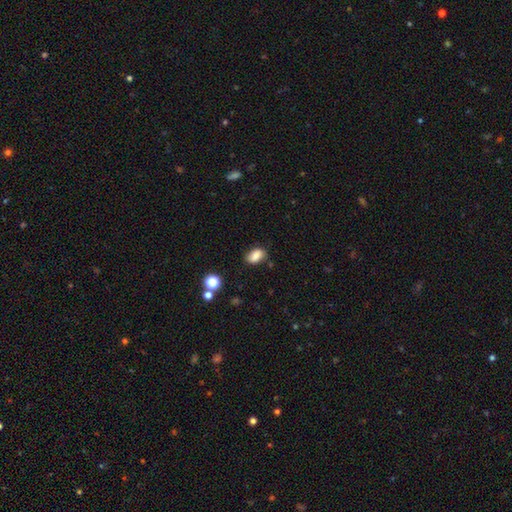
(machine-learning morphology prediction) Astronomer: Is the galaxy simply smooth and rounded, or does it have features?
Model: smooth — 80%.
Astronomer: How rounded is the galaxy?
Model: in between — 87%.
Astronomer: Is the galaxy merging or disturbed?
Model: none — 76%.